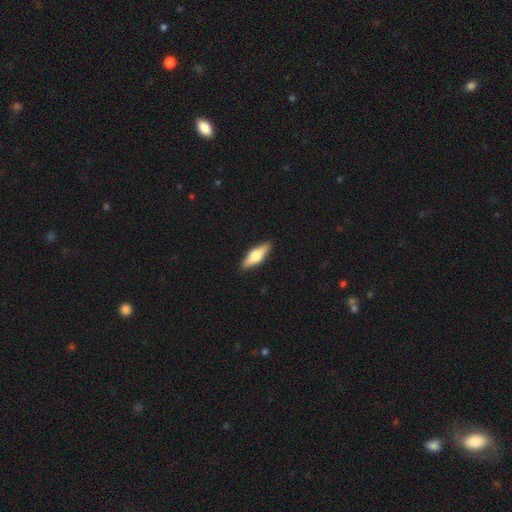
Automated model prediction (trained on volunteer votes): Q: Smooth or featured?
A: smooth (53%); runner-up: featured or disk (42%)
Q: How rounded?
A: in between (53%); runner-up: cigar-shaped (45%)
Q: Merging?
A: none (90%); runner-up: minor disturbance (8%)